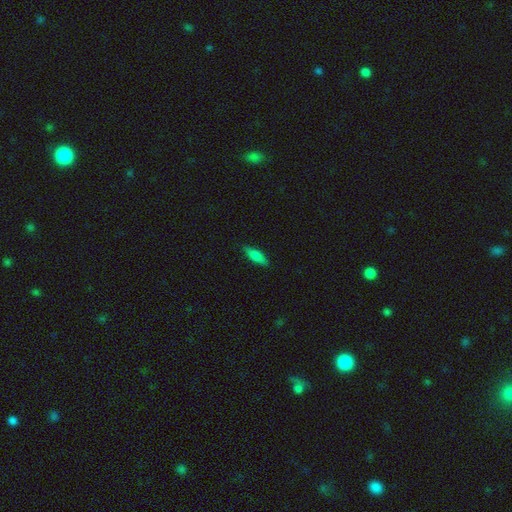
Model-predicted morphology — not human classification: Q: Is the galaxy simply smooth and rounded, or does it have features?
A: smooth — 73%.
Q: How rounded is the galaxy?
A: in between — 49%, tied with cigar-shaped.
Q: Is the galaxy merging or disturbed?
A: none — 86%.